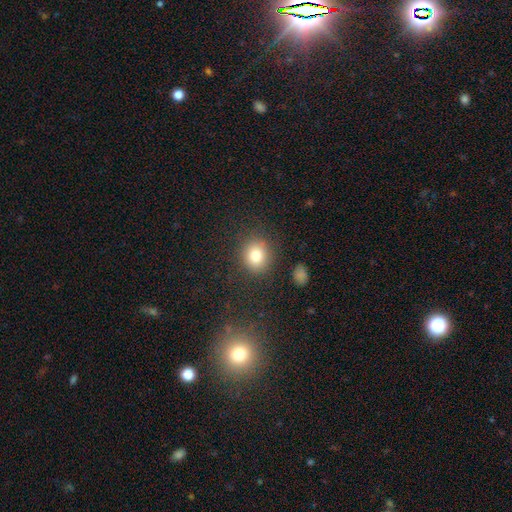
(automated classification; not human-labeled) Morphology: type=smooth (80%); roundness=round (77%); merging=none (84%).